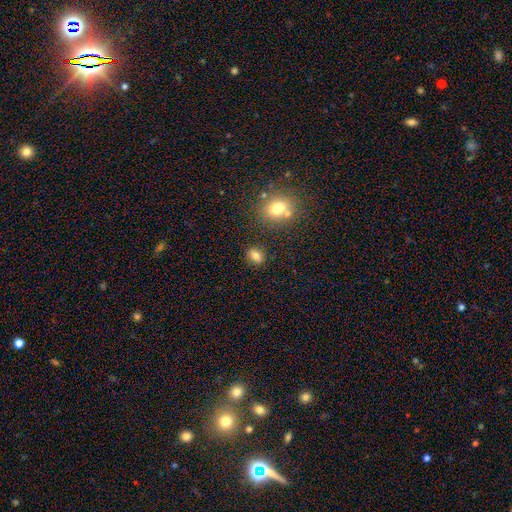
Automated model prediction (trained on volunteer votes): The model was most divided on "how rounded": in between: 65%, round: 32%, cigar-shaped: 3%. More confident: merging — none (82%); smooth or featured — smooth (79%).